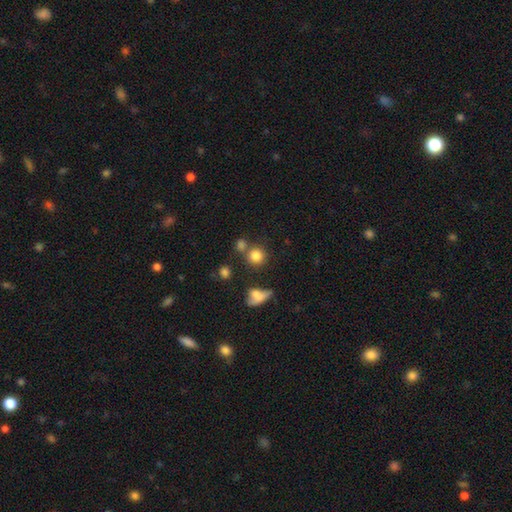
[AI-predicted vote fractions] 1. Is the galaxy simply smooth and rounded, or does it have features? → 80% smooth, 12% star or artifact, 8% featured or disk.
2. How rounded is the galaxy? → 88% round, 11% in between, 1% cigar-shaped.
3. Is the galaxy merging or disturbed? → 62% none, 22% merger, 11% minor disturbance, 5% major disturbance.